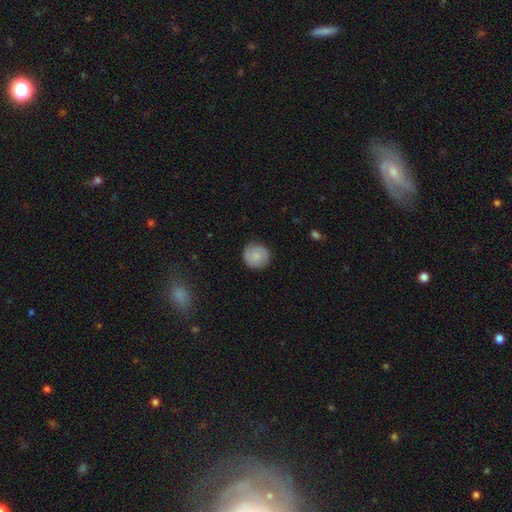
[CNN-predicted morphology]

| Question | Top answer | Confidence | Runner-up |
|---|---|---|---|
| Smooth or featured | smooth | 70% | featured or disk (23%) |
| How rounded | round | 92% | in between (7%) |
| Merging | none | 83% | minor disturbance (13%) |